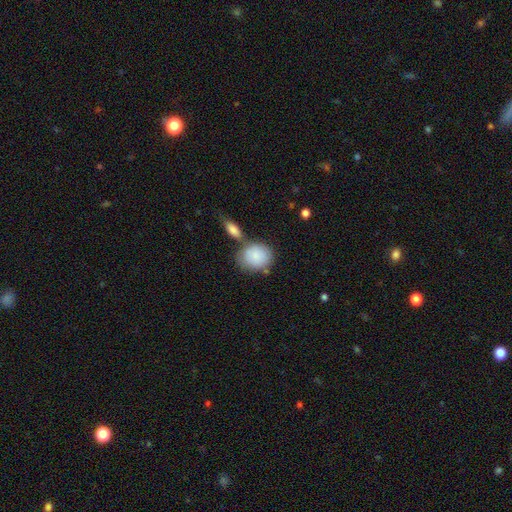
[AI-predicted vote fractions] A smooth galaxy with no disk features (84%) that is round (60%).

Vote fractions:
- Smooth or featured? smooth: 84% / featured or disk: 10% / star or artifact: 6%
- How rounded? round: 60% / in between: 39% / cigar-shaped: 1%
- Merging? none: 49% / merger: 29% / minor disturbance: 16% / major disturbance: 6%